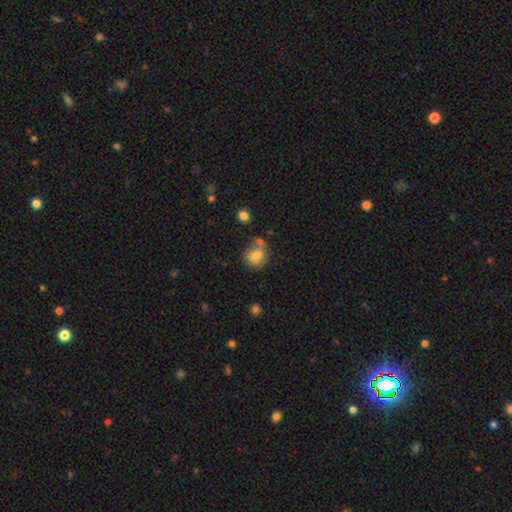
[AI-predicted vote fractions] Smooth or featured? smooth (76%)
How rounded? round (74%)
Merging? none (60%)